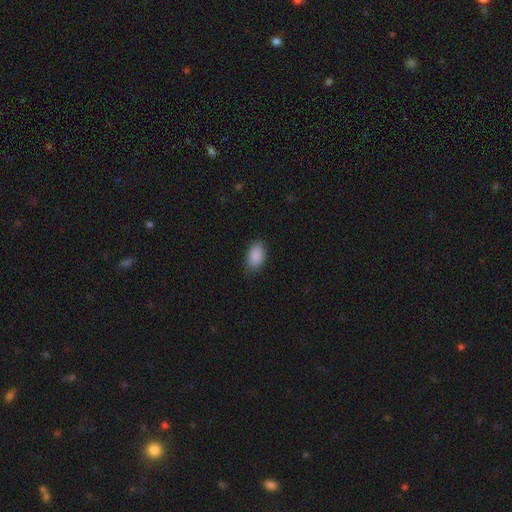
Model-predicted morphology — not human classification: Smooth or featured: smooth — 90% (star or artifact — 7%)
How rounded: in between — 92% (round — 6%)
Merging: none — 83% (minor disturbance — 13%)